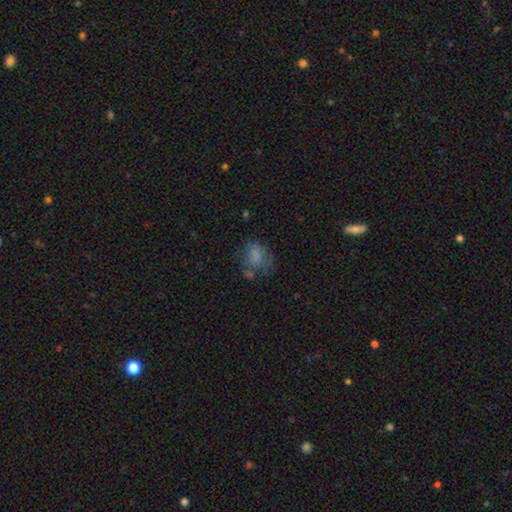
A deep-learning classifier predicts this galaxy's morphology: smooth_or_featured: smooth (p=0.69) [alt: featured or disk p=0.19]
how_rounded: in between (p=0.57) [alt: round p=0.41]
merging: none (p=0.41) [alt: minor disturbance p=0.25]